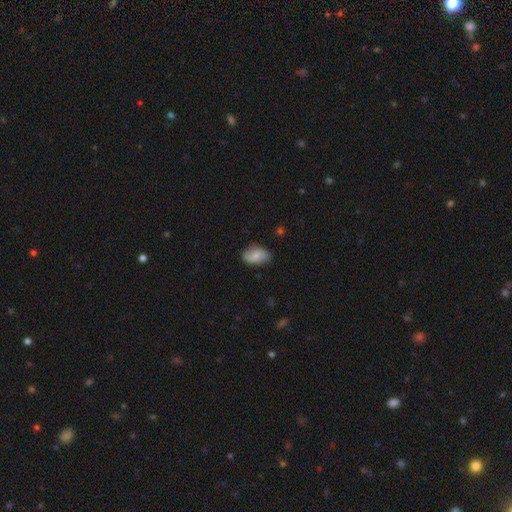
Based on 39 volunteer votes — Overall: smooth (74%). How rounded: in between (97%). Merging: none (73%).